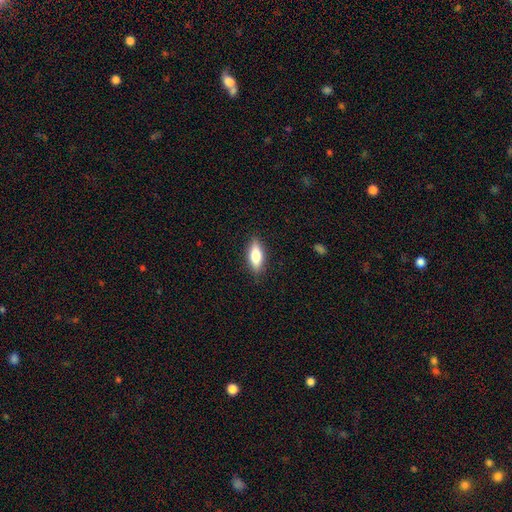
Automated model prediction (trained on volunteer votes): The model was most divided on "how rounded": in between: 70%, cigar-shaped: 27%, round: 3%. More confident: merging — none (87%); smooth or featured — smooth (72%).